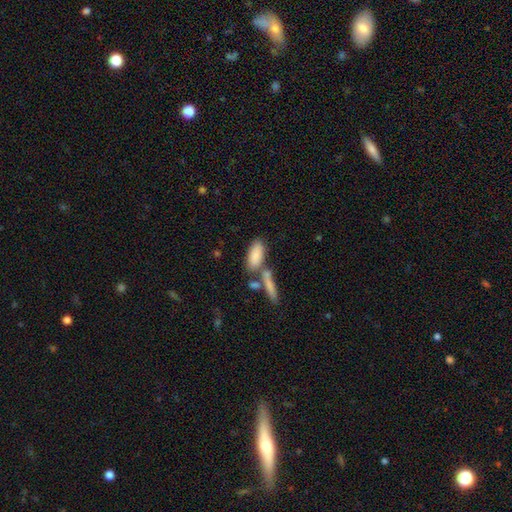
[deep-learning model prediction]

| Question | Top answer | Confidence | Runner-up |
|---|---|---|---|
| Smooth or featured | smooth | 83% | featured or disk (11%) |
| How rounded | in between | 79% | cigar-shaped (19%) |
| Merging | none | 54% | merger (30%) |